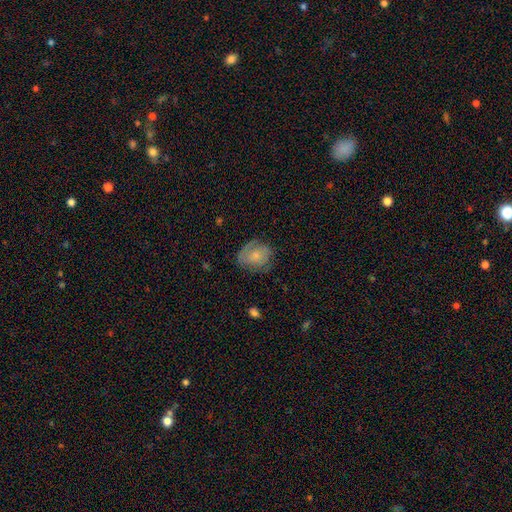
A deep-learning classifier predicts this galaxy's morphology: Overall: smooth (57%; featured or disk 35%). How rounded: round (56%; in between 43%). Merging: none (61%; minor disturbance 26%).